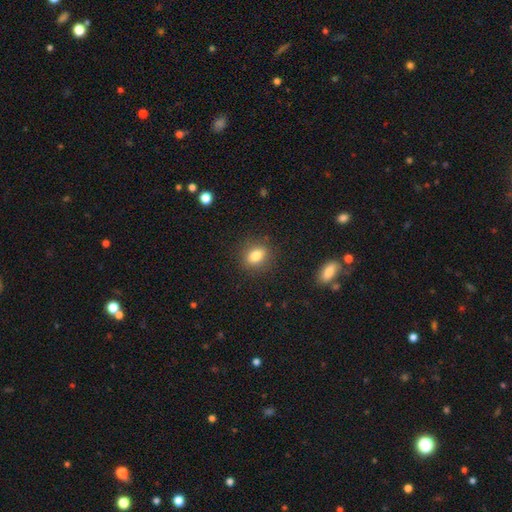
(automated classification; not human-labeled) Smooth or featured?
  - smooth: 82% *
  - star or artifact: 10%
  - featured or disk: 8%
How rounded?
  - in between: 60% *
  - round: 38%
  - cigar-shaped: 2%
Merging?
  - none: 87% *
  - minor disturbance: 9%
  - major disturbance: 3%
  - merger: 1%